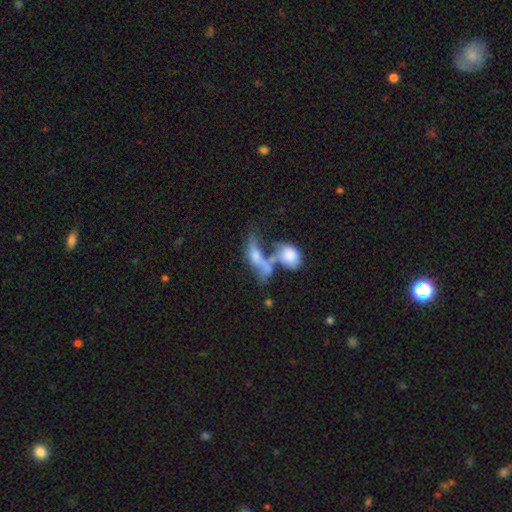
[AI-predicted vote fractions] smooth_or_featured: featured or disk (p=0.46) [alt: smooth p=0.39]
merging: merger (p=0.52) [alt: none p=0.29]